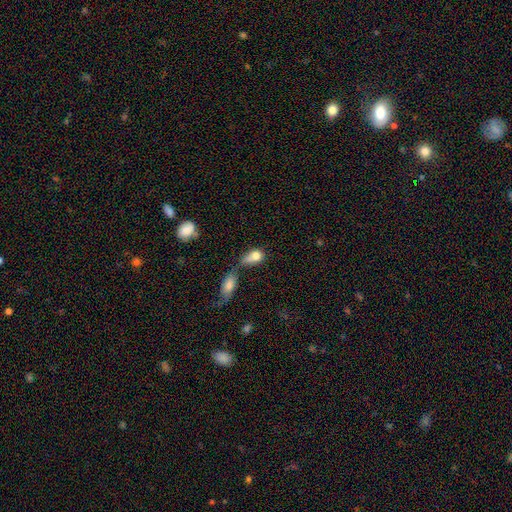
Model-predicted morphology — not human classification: smooth_or_featured: smooth (p=0.78) [alt: featured or disk p=0.13]
how_rounded: in between (p=0.62) [alt: round p=0.34]
merging: merger (p=0.46) [alt: none p=0.25]